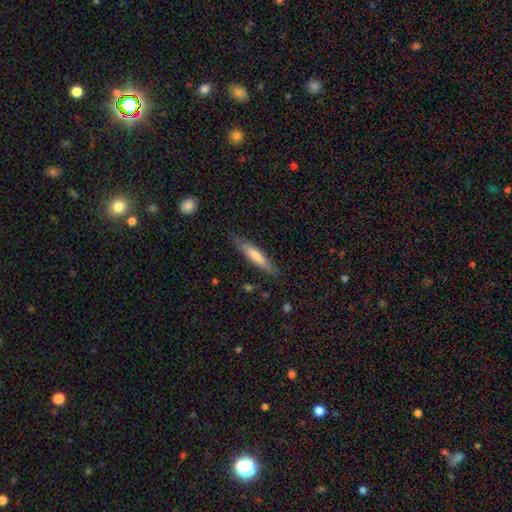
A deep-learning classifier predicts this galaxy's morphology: smooth_or_featured: smooth (p=0.66) [alt: featured or disk p=0.28]
how_rounded: cigar-shaped (p=0.88) [alt: in between p=0.11]
merging: none (p=0.84) [alt: minor disturbance p=0.13]